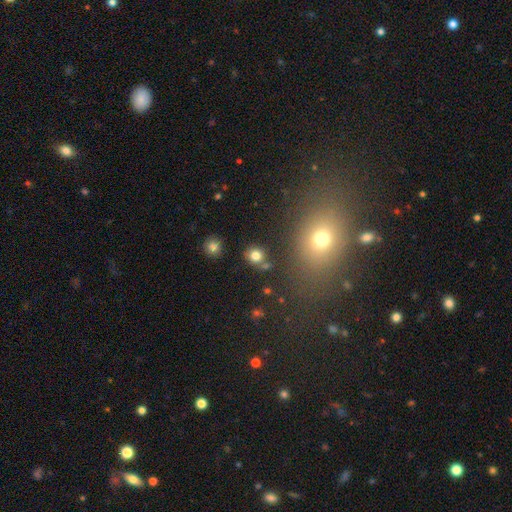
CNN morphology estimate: Q: Smooth or featured?
A: smooth (80%); runner-up: star or artifact (13%)
Q: How rounded?
A: round (84%); runner-up: in between (15%)
Q: Merging?
A: none (79%); runner-up: merger (9%)